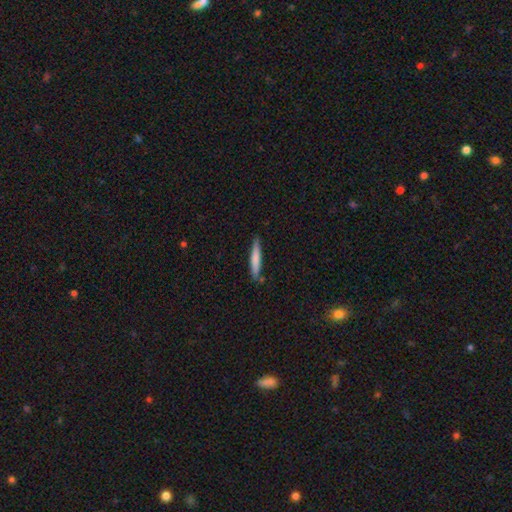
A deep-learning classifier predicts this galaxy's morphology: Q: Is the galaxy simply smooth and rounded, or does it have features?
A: smooth — 72%.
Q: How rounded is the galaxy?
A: cigar-shaped — 94%.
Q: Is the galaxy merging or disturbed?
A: none — 84%.